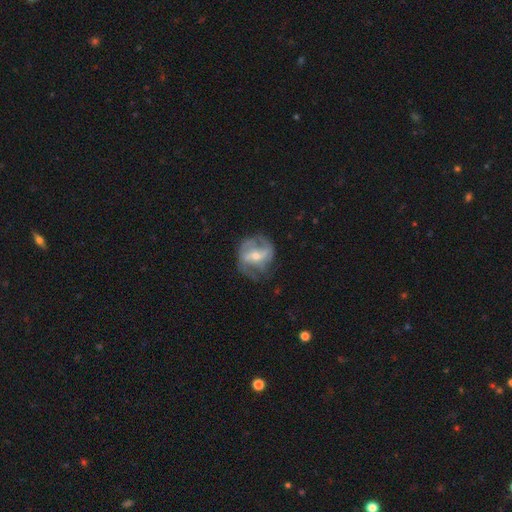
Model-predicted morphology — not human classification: Smooth or featured: featured or disk — 74% (smooth — 19%)
Edge-on disk: no — 97% (yes — 3%)
Bar: weak — 41% (no — 35%)
Spiral arms: yes — 79% (no — 21%)
Spiral winding: medium — 44% (loose — 30%)
Spiral arm count: 2 — 50% (can't tell — 24%)
Bulge size: small — 48% (moderate — 47%)
Merging: none — 56% (minor disturbance — 24%)